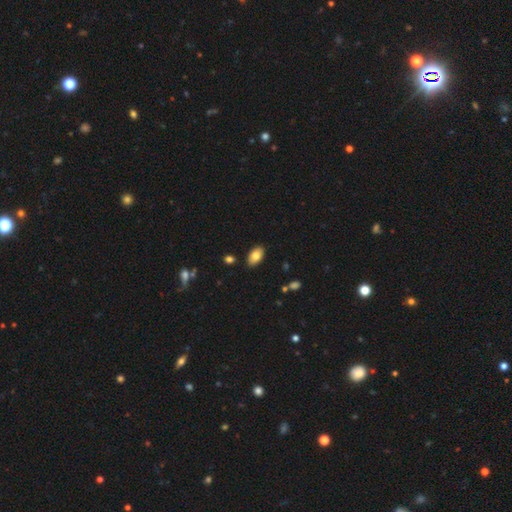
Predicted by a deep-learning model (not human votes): Overall: smooth (81%). How rounded: in between (94%). Merging: none (87%).